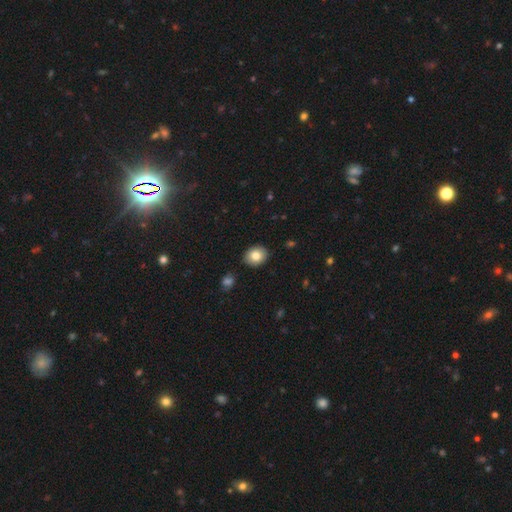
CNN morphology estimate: This appears to be a smooth galaxy with no disk features (82%) that is round (53%). Merging: none (88%).